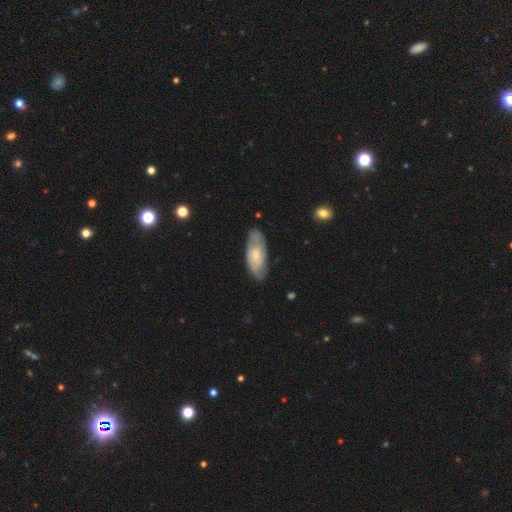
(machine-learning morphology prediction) Smooth or featured?
  - featured or disk: 49% *
  - smooth: 45%
  - star or artifact: 5%
Merging?
  - none: 76% *
  - minor disturbance: 18%
  - major disturbance: 4%
  - merger: 2%